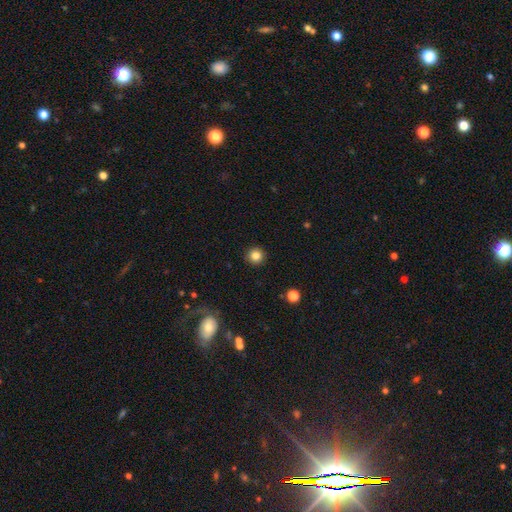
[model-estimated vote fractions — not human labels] smooth 83%, star or artifact 11%, featured or disk 5%. Down the decision tree: how rounded — round (95%); merging — none (92%).